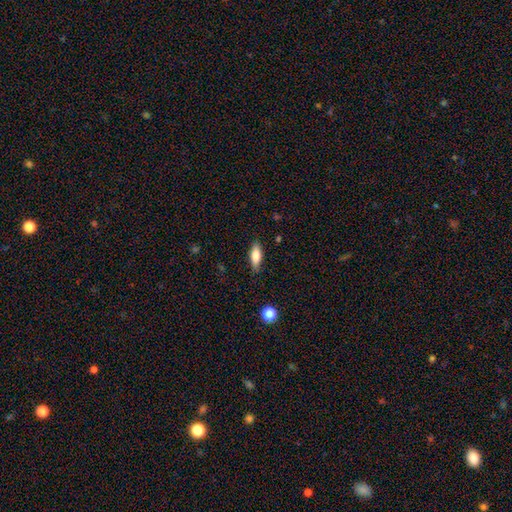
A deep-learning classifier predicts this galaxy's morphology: smooth-or-featured: smooth: 78% | featured or disk: 15% | star or artifact: 7%
  how-rounded: in between: 65% | cigar-shaped: 32% | round: 2%
  merging: none: 85% | minor disturbance: 11% | major disturbance: 3% | merger: 1%